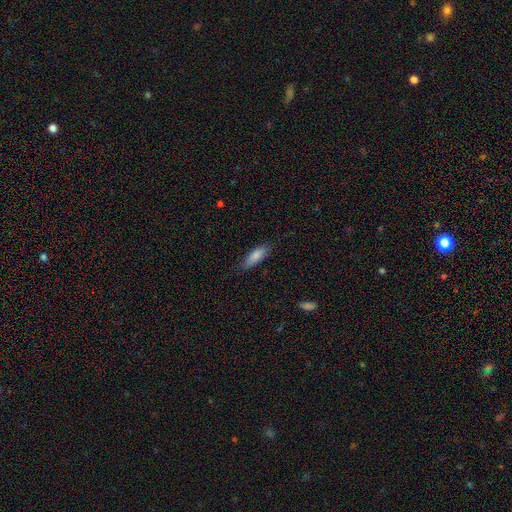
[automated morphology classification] This is clearly a smooth galaxy (83%). How rounded: possibly in between (59%). Merging: clearly none (80%).